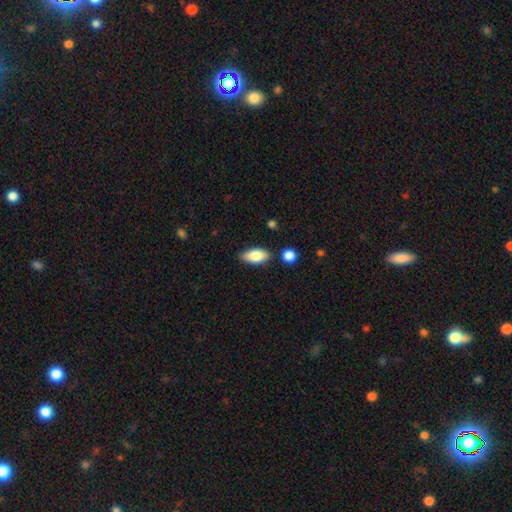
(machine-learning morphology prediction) smooth_or_featured: smooth (p=0.77) [alt: featured or disk p=0.16]
how_rounded: in between (p=0.88) [alt: cigar-shaped p=0.09]
merging: none (p=0.82) [alt: minor disturbance p=0.12]